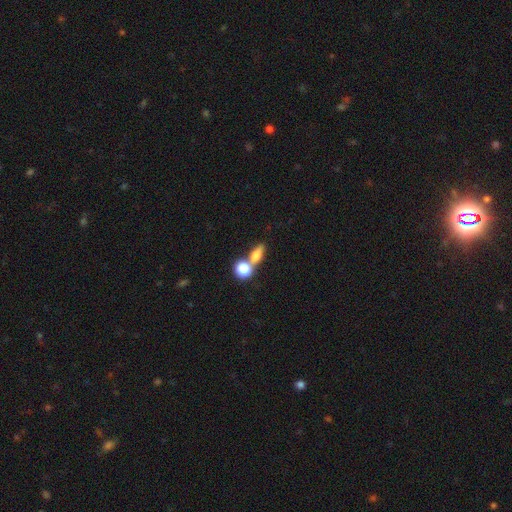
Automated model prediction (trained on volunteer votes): Smooth or featured?
  - smooth: 73% *
  - featured or disk: 15%
  - star or artifact: 12%
How rounded?
  - in between: 55% *
  - round: 31%
  - cigar-shaped: 14%
Merging?
  - merger: 45% *
  - none: 41%
  - minor disturbance: 9%
  - major disturbance: 5%